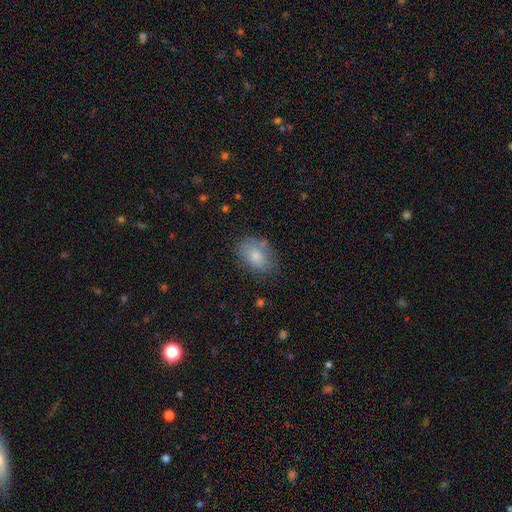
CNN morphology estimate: smooth-or-featured: smooth: 77% | featured or disk: 15% | star or artifact: 8%
  how-rounded: in between: 83% | round: 16% | cigar-shaped: 1%
  merging: none: 69% | minor disturbance: 21% | major disturbance: 6% | merger: 4%